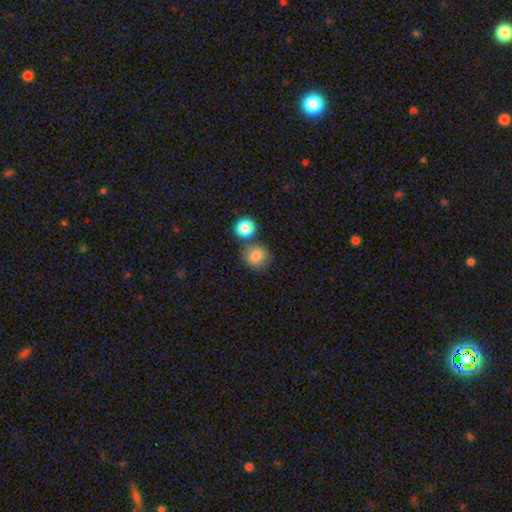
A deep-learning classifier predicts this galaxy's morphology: Smooth or featured?
  - smooth: 83% *
  - star or artifact: 10%
  - featured or disk: 7%
How rounded?
  - round: 83% *
  - in between: 16%
  - cigar-shaped: 1%
Merging?
  - none: 65% *
  - merger: 20%
  - minor disturbance: 12%
  - major disturbance: 4%